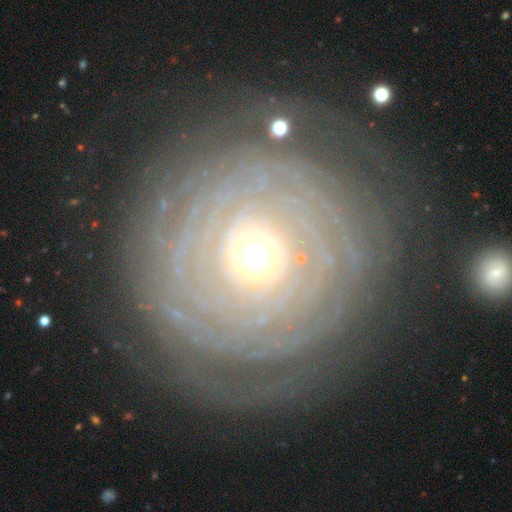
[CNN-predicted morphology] smooth_or_featured: featured or disk (p=0.82) [alt: smooth p=0.11]
disk_edge_on: no (p=0.97) [alt: yes p=0.03]
bar: no (p=0.80) [alt: weak p=0.13]
has_spiral_arms: yes (p=0.88) [alt: no p=0.12]
spiral_winding: tight (p=0.88) [alt: medium p=0.08]
spiral_arm_count: can't tell (p=0.36) [alt: more than 4 p=0.23]
bulge_size: moderate (p=0.63) [alt: small p=0.27]
merging: none (p=0.79) [alt: minor disturbance p=0.12]